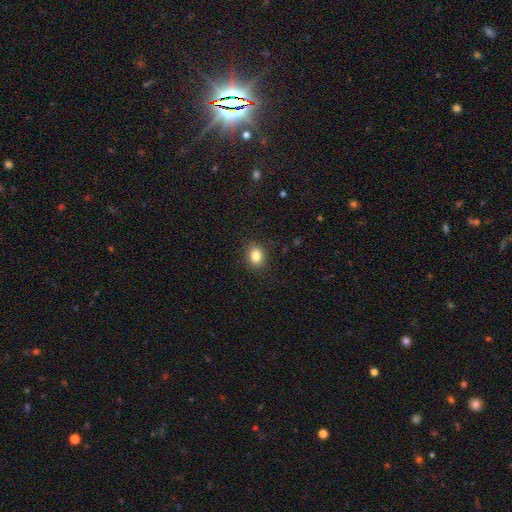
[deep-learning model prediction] smooth 84%, star or artifact 10%, featured or disk 6%. Down the decision tree: how rounded — in between (50%); merging — none (88%).